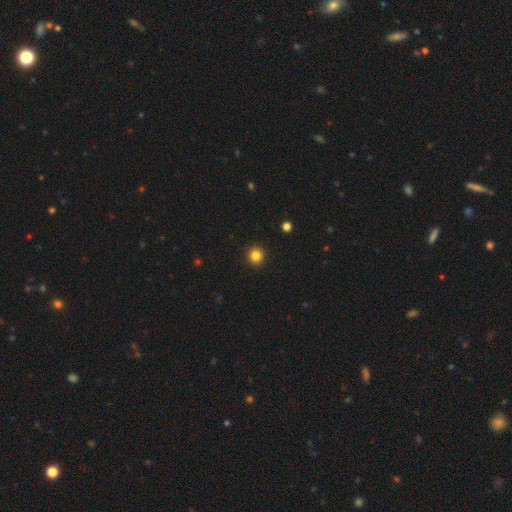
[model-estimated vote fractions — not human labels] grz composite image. It shows a smooth galaxy with no disk features (84%) that is round (94%). Merging: none (93%).